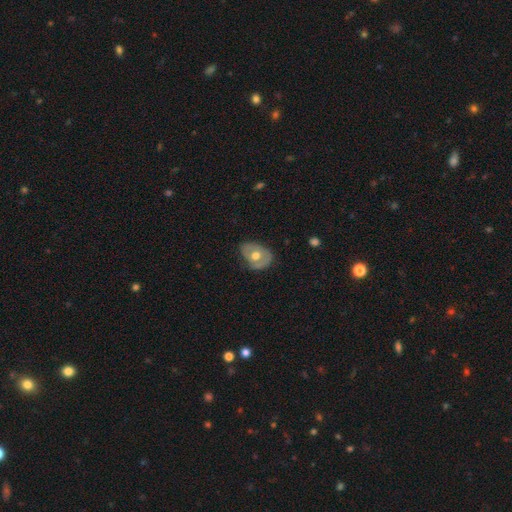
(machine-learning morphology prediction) This appears to be a featured or disk galaxy (49%). Merging: none (64%).